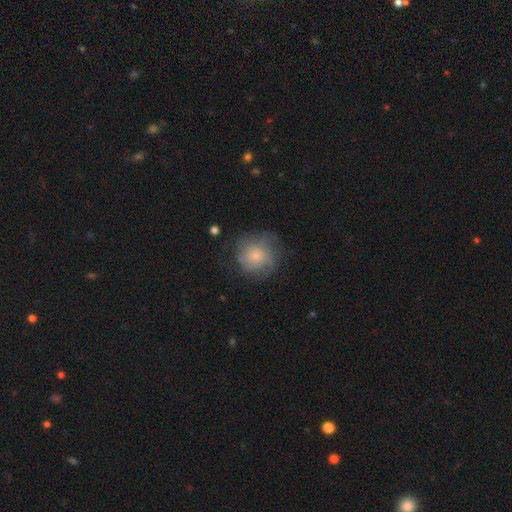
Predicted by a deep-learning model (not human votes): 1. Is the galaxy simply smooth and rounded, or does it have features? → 57% smooth, 34% featured or disk, 9% star or artifact.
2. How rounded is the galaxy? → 89% round, 10% in between, 1% cigar-shaped.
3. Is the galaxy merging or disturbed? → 64% none, 22% minor disturbance, 13% major disturbance, 2% merger.